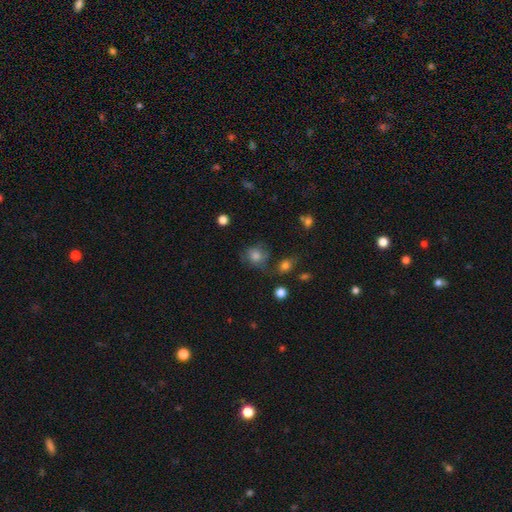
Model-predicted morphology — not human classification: A smooth galaxy with no disk features (74%) that is round (77%).

Vote fractions:
- Smooth or featured? smooth: 74% / featured or disk: 15% / star or artifact: 11%
- How rounded? round: 77% / in between: 22% / cigar-shaped: 1%
- Merging? none: 54% / minor disturbance: 24% / major disturbance: 14% / merger: 7%